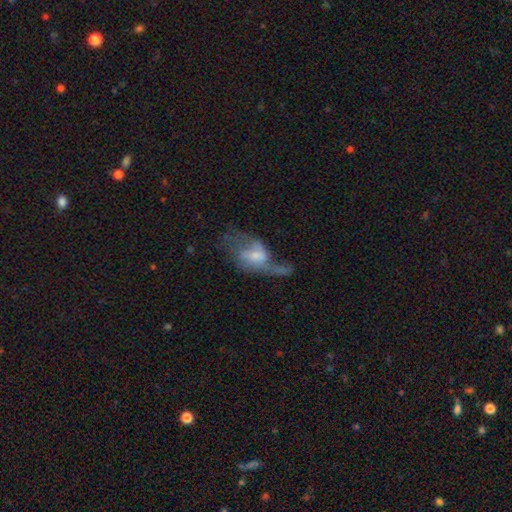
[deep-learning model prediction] This is possibly a featured or disk galaxy (60%). It is clearly not viewed edge-on (95%). Bar: possibly no (53%). Spiral arm pattern: likely yes (61%). Central bulge: marginally small (42%). Merging: possibly major disturbance (52%).